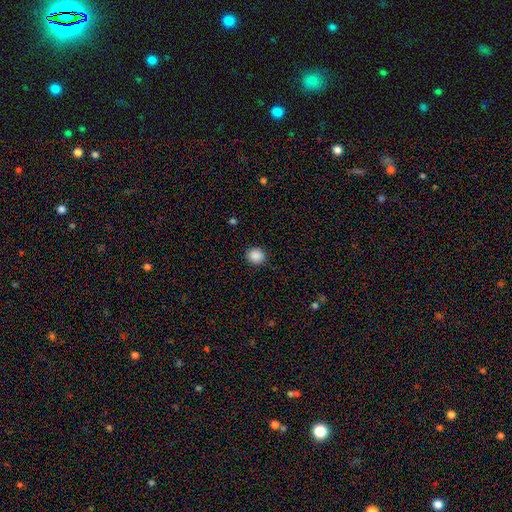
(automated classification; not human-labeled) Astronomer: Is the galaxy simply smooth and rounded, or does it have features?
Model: smooth — 88%.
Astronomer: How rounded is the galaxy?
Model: round — 86%.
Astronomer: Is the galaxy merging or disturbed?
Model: none — 91%.